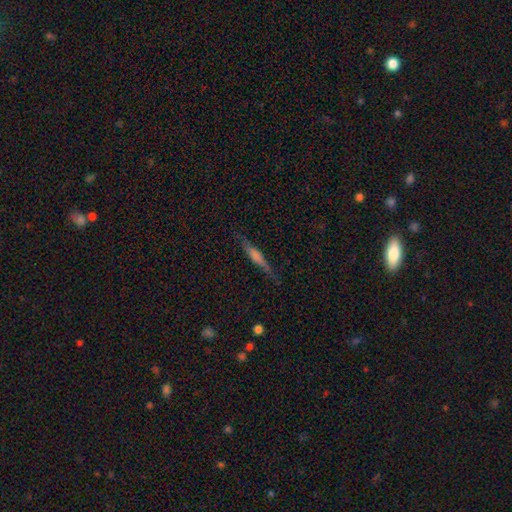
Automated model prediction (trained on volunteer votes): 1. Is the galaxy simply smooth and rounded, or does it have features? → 66% featured or disk, 23% smooth, 11% star or artifact.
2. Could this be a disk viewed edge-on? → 97% yes, 3% no.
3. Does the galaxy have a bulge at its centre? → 53% rounded, 25% boxy, 21% none.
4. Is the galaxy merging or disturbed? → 87% none, 9% minor disturbance, 2% major disturbance, 1% merger.